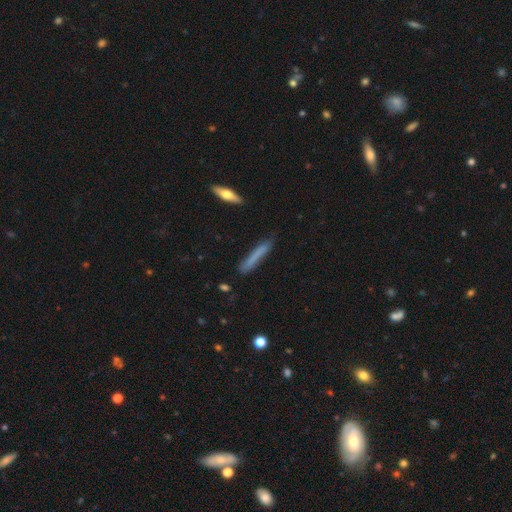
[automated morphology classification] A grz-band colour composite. It shows a smooth galaxy with no disk features (69%) that is cigar-shaped (94%). Merging: none (78%).